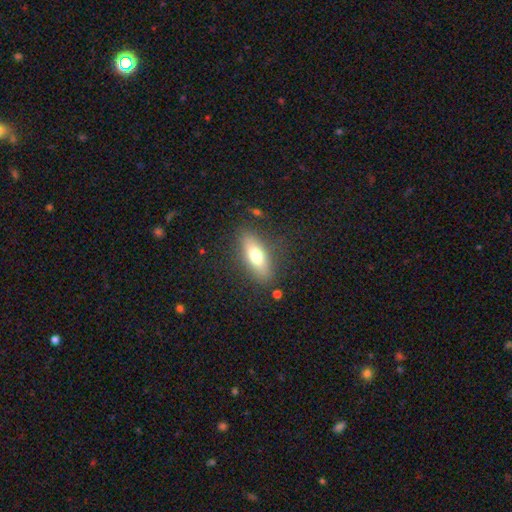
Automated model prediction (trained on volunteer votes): Q: Smooth or featured?
A: smooth (65%); runner-up: featured or disk (27%)
Q: How rounded?
A: in between (65%); runner-up: cigar-shaped (31%)
Q: Merging?
A: none (83%); runner-up: minor disturbance (11%)